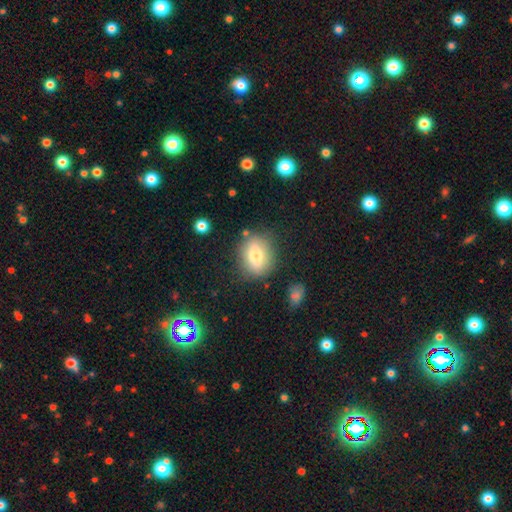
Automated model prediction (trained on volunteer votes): Overall: smooth (66%). How rounded: in between (54%; round 41%). Merging: none (81%).